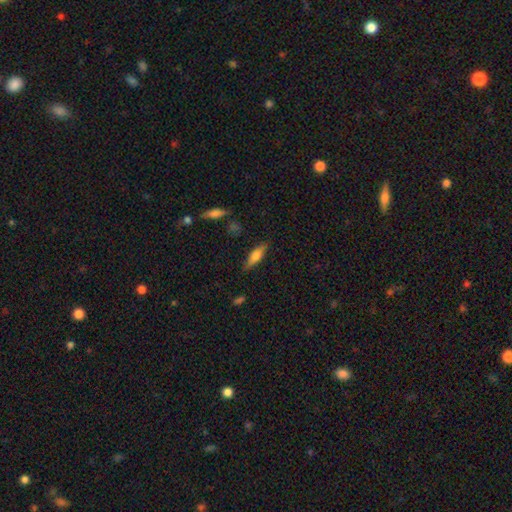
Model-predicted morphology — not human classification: A smooth galaxy with no disk features (66%) that is cigar-shaped (53%).

Vote fractions:
- Smooth or featured? smooth: 66% / featured or disk: 28% / star or artifact: 7%
- How rounded? cigar-shaped: 53% / in between: 45% / round: 2%
- Merging? none: 83% / minor disturbance: 12% / major disturbance: 3% / merger: 2%